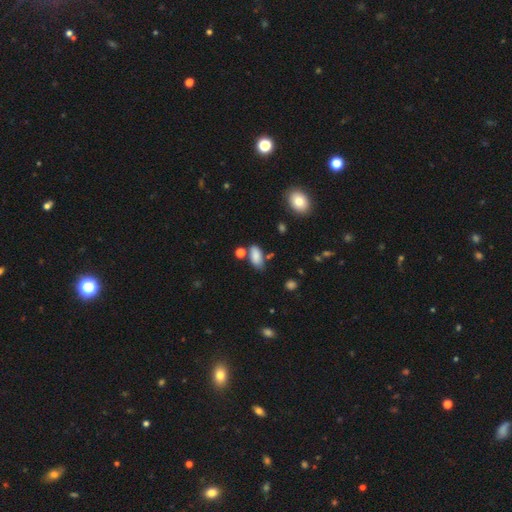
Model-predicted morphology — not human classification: smooth 85%, star or artifact 8%, featured or disk 7%. Down the decision tree: how rounded — in between (90%); merging — none (70%).